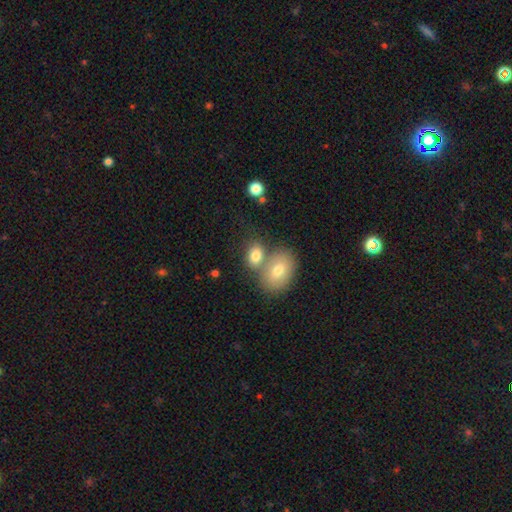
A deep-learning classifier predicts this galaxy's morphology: Overall: smooth (78%). How rounded: in between (79%). Merging: merger (44%; none 41%).